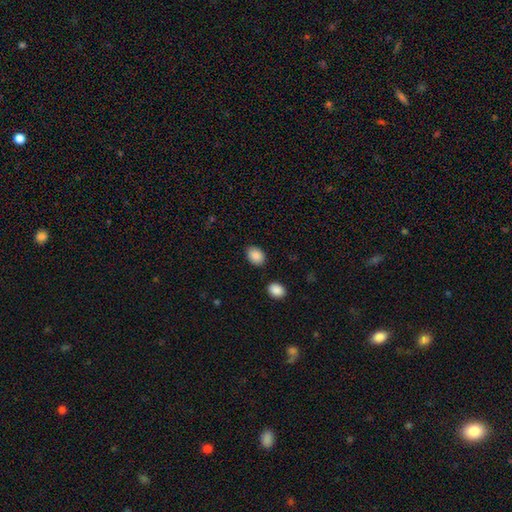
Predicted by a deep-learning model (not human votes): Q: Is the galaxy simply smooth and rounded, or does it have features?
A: smooth — 88%.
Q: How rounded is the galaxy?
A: in between — 72%.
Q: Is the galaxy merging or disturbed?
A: none — 83%.